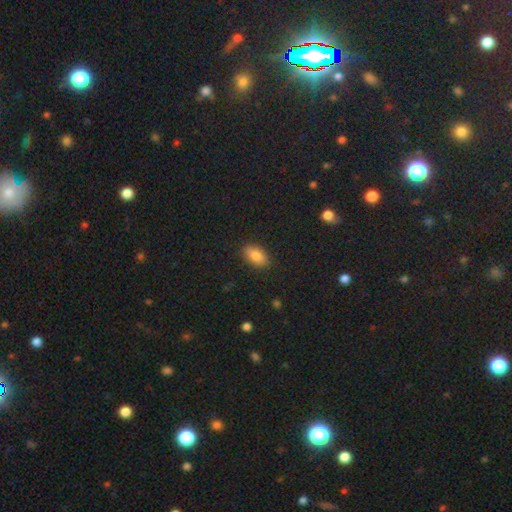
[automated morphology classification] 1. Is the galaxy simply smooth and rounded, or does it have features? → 82% smooth, 9% featured or disk, 8% star or artifact.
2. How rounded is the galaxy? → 90% in between, 6% round, 4% cigar-shaped.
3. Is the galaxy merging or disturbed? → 88% none, 9% minor disturbance, 2% major disturbance, 1% merger.